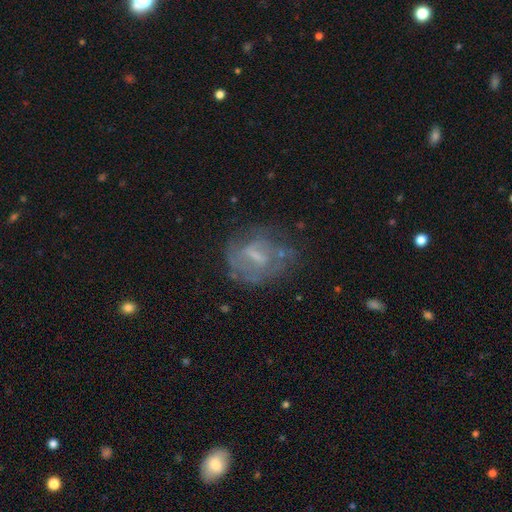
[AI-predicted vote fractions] This appears to be a featured or disk galaxy (62%) with a weak bar (50%), spiral arms (50%, tied with no) and a small central bulge (40%). Merging: none (56%).